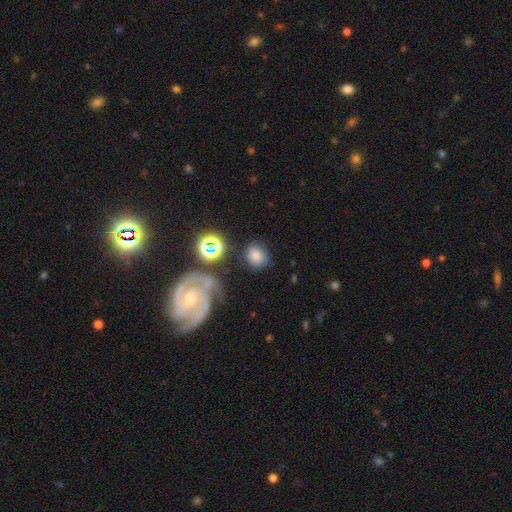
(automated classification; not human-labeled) A smooth galaxy with no disk features (69%) that is round (57%).

Vote fractions:
- Smooth or featured? smooth: 69% / star or artifact: 16% / featured or disk: 15%
- How rounded? round: 57% / in between: 42% / cigar-shaped: 1%
- Merging? none: 69% / minor disturbance: 17% / major disturbance: 8% / merger: 7%